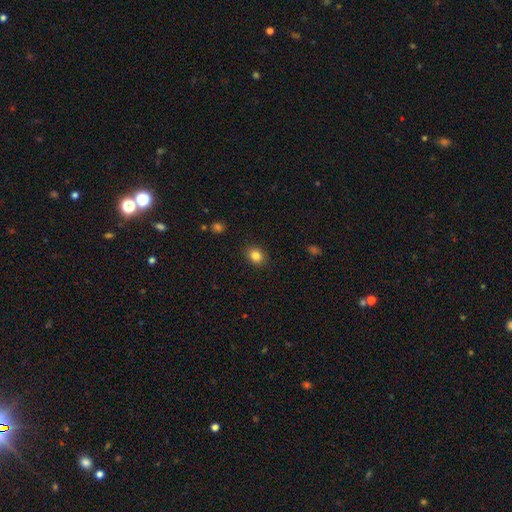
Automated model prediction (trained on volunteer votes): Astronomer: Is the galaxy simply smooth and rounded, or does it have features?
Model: smooth — 84%.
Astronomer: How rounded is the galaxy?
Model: round — 53% (runner-up: in between, 46%).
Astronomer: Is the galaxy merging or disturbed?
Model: none — 89%.